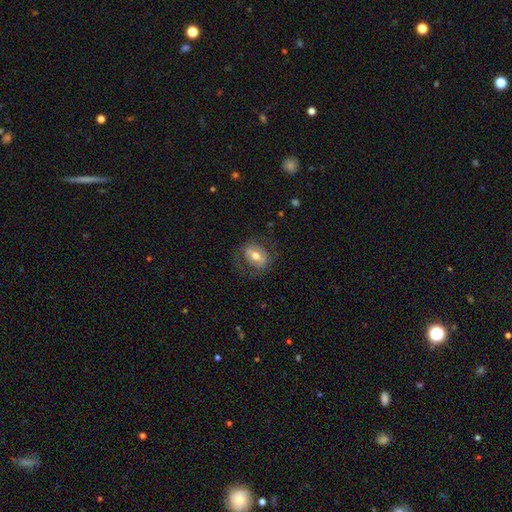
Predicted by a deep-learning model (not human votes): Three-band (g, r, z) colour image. It shows a smooth galaxy with no disk features (48%). Merging: none (69%).